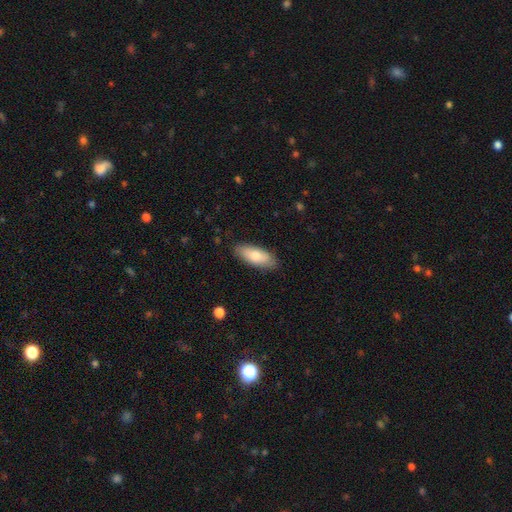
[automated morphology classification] Smooth or featured? smooth (78%)
How rounded? in between (79%)
Merging? none (84%)